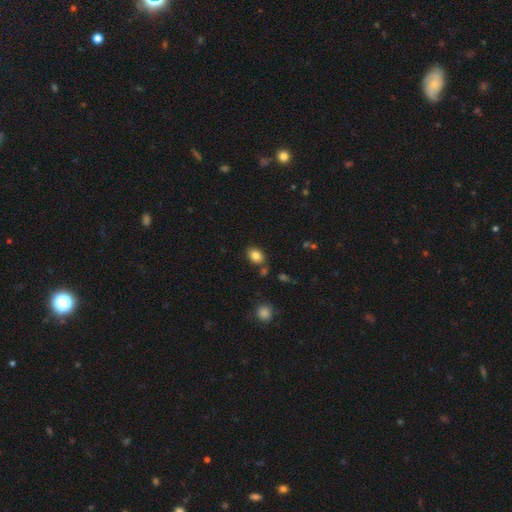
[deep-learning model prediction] smooth 83%, star or artifact 9%, featured or disk 7%. Down the decision tree: how rounded — in between (73%); merging — none (77%).